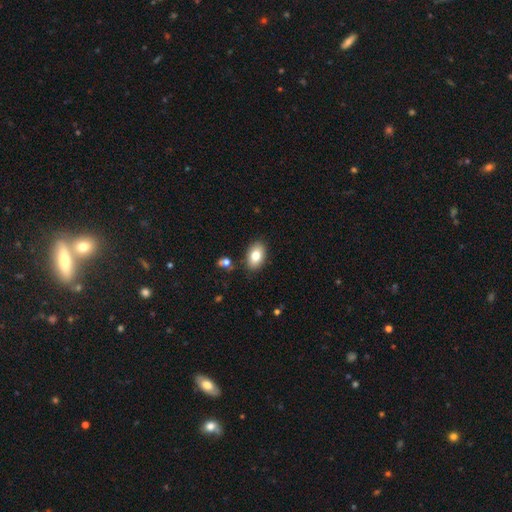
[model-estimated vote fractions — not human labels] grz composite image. It shows a smooth galaxy with no disk features (79%) that is in between round and cigar-shaped (90%). Merging: none (86%).